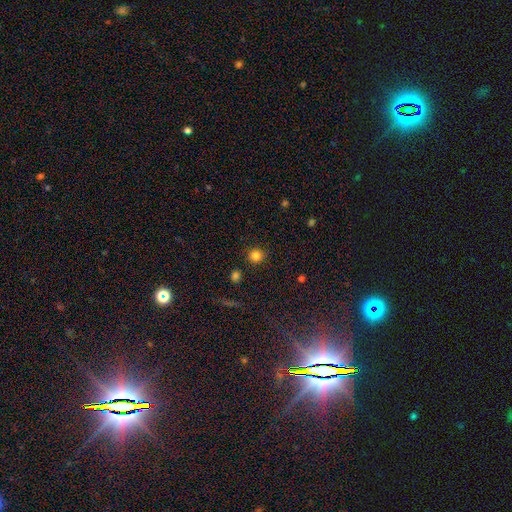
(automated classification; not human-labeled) Overall: smooth (83%). How rounded: round (90%). Merging: none (89%).